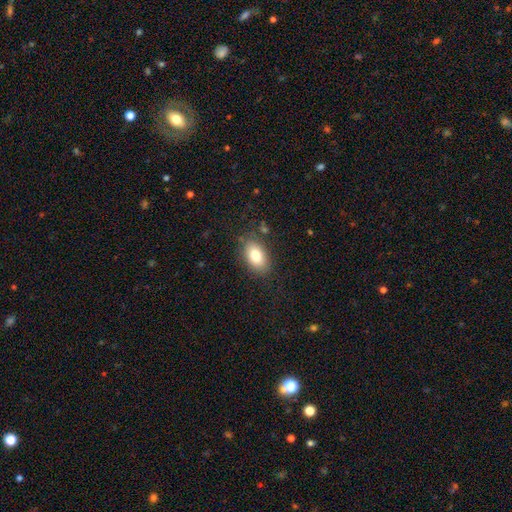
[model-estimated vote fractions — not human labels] Smooth or featured: smooth — 81% (featured or disk — 11%)
How rounded: in between — 90% (round — 8%)
Merging: none — 82% (minor disturbance — 12%)